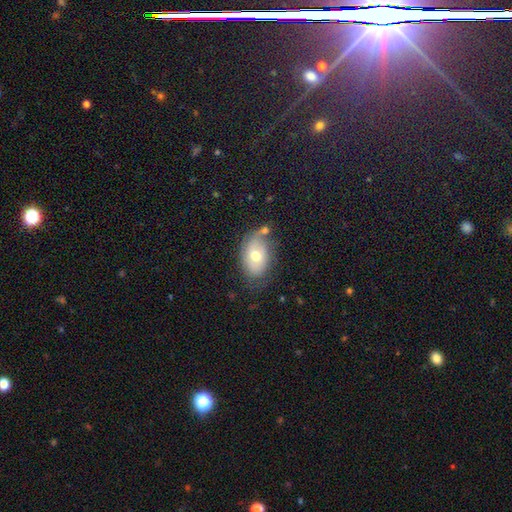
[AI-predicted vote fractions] smooth 59%, featured or disk 32%, star or artifact 9%. Down the decision tree: how rounded — in between (84%); merging — none (53%).